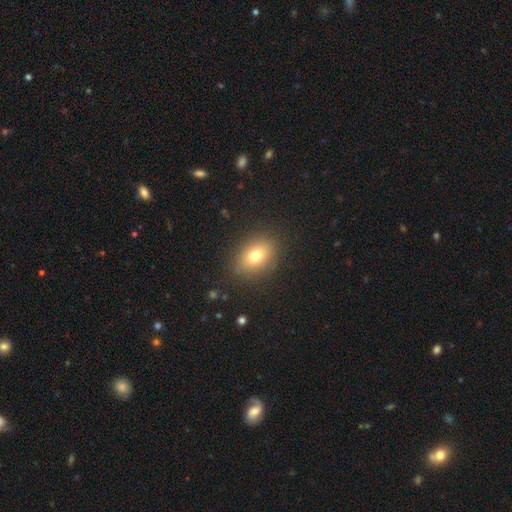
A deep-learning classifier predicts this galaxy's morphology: smooth-or-featured: smooth: 74% | featured or disk: 14% | star or artifact: 12%
  how-rounded: in between: 70% | round: 29% | cigar-shaped: 1%
  merging: none: 85% | minor disturbance: 10% | major disturbance: 4% | merger: 1%